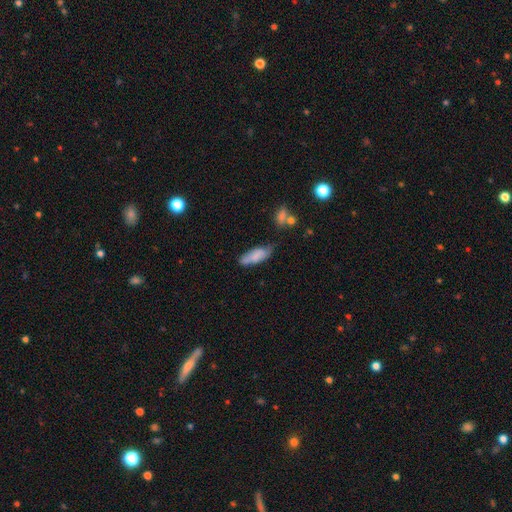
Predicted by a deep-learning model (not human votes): smooth_or_featured: smooth (p=0.74) [alt: featured or disk p=0.19]
how_rounded: in between (p=0.63) [alt: cigar-shaped p=0.35]
merging: none (p=0.54) [alt: minor disturbance p=0.30]